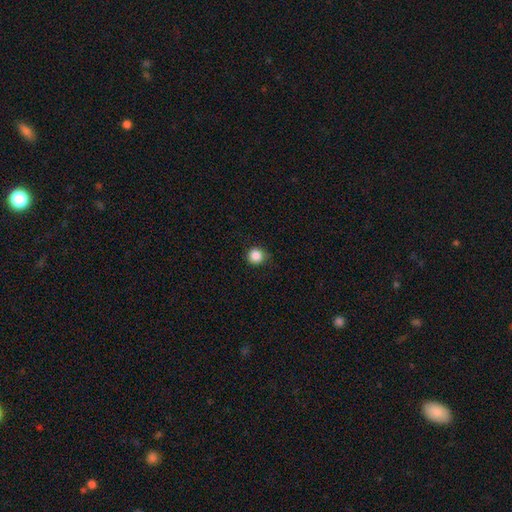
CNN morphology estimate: smooth_or_featured: smooth (p=0.86) [alt: star or artifact p=0.11]
how_rounded: round (p=0.94) [alt: in between p=0.05]
merging: none (p=0.85) [alt: minor disturbance p=0.11]